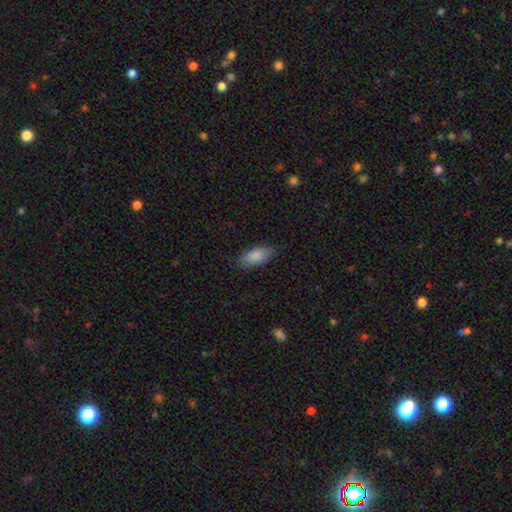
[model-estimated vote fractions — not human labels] smooth 87%, featured or disk 7%, star or artifact 6%. Down the decision tree: how rounded — in between (87%); merging — none (83%).